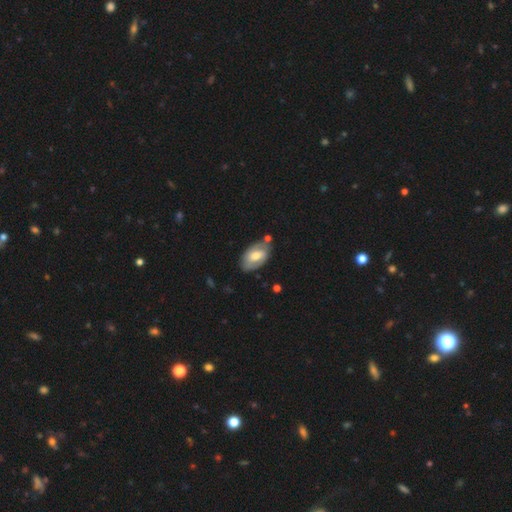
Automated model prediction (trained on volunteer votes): A smooth galaxy with no disk features (54%) that is in between round and cigar-shaped (92%).

Vote fractions:
- Smooth or featured? smooth: 54% / featured or disk: 40% / star or artifact: 6%
- How rounded? in between: 92% / round: 6% / cigar-shaped: 2%
- Merging? none: 67% / minor disturbance: 21% / merger: 7% / major disturbance: 5%